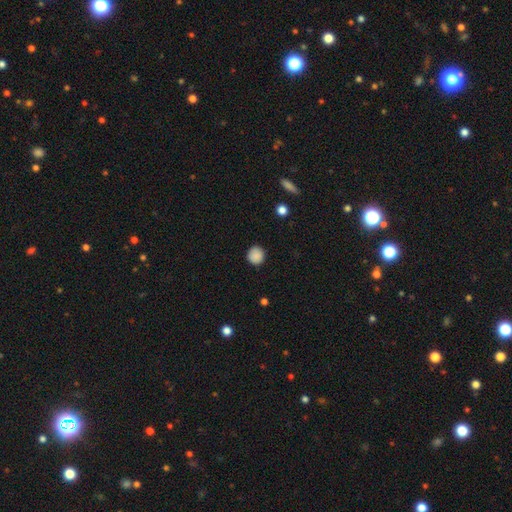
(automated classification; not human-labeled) This appears to be a smooth galaxy with no disk features (88%) that is round (93%). Merging: none (89%).